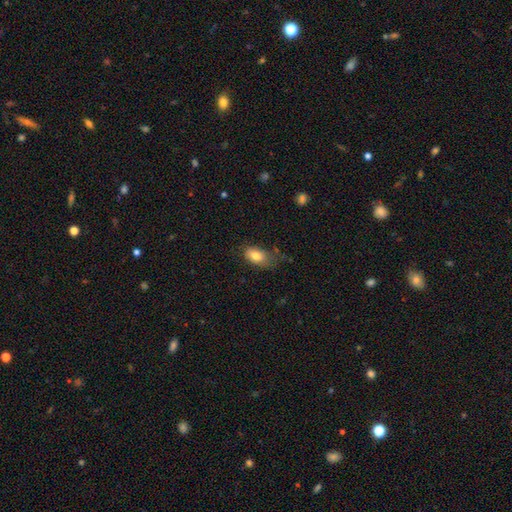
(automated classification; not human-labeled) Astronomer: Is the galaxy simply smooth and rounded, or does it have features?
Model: smooth — 81%.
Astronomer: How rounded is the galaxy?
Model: in between — 91%.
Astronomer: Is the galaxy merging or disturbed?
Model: none — 53% (runner-up: minor disturbance, 31%).